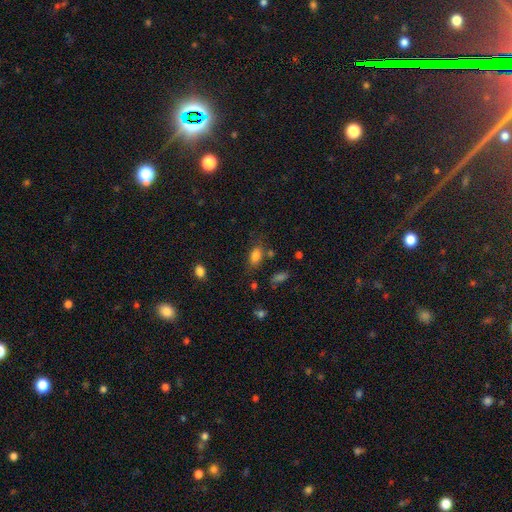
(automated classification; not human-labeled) This appears to be a smooth galaxy with no disk features (81%) that is in between round and cigar-shaped (85%). Merging: none (67%).